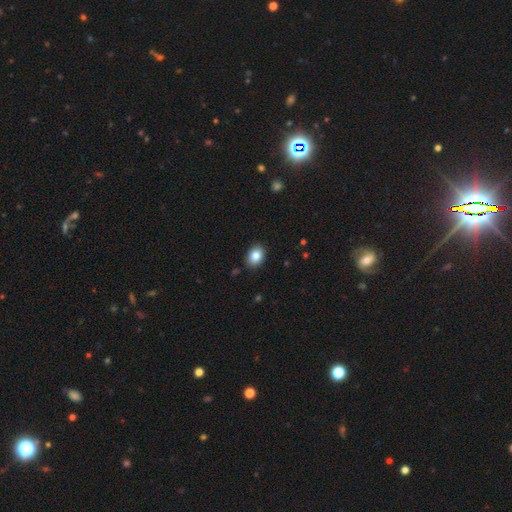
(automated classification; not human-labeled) Smooth or featured? Predicted: smooth (p=0.84). How rounded? Predicted: in between (p=0.66). Merging? Predicted: none (p=0.89).